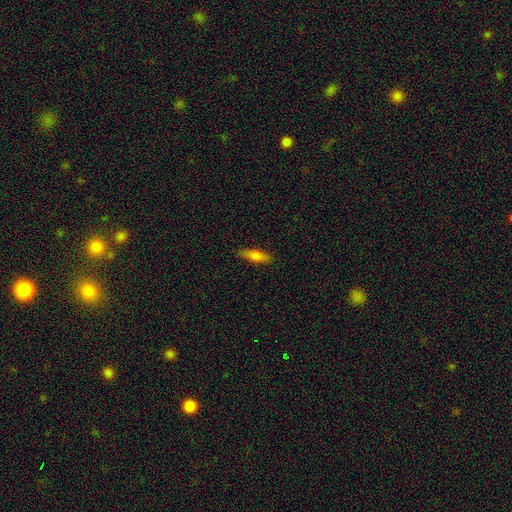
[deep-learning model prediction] Smooth or featured?
  - smooth: 76% *
  - featured or disk: 16%
  - star or artifact: 7%
How rounded?
  - cigar-shaped: 56% *
  - in between: 42%
  - round: 2%
Merging?
  - none: 87% *
  - minor disturbance: 10%
  - major disturbance: 2%
  - merger: 1%